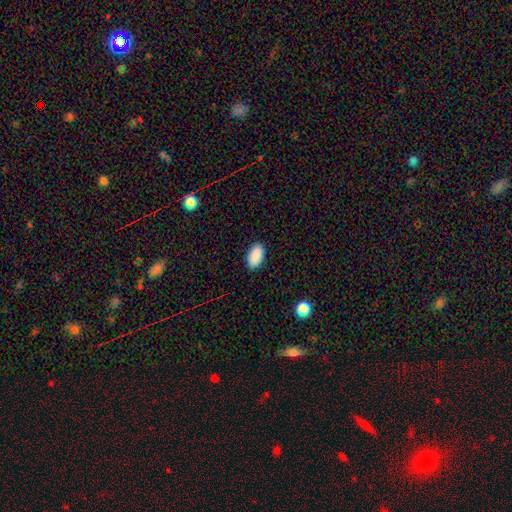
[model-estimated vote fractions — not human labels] Smooth or featured: smooth — 91% (star or artifact — 7%)
How rounded: in between — 95% (round — 3%)
Merging: none — 89% (minor disturbance — 8%)